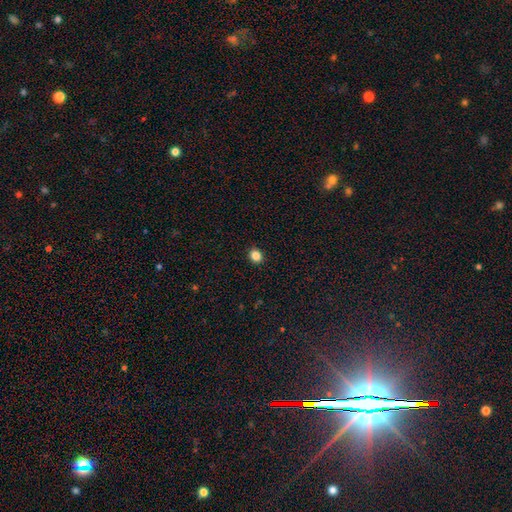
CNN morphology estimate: This appears to be a smooth galaxy with no disk features (85%) that is round (72%). Merging: none (92%).